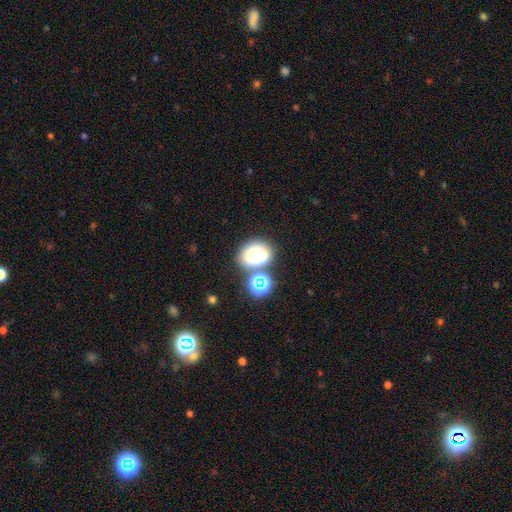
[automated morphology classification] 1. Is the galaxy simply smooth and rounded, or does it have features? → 75% smooth, 15% star or artifact, 10% featured or disk.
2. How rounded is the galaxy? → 53% in between, 46% round, 1% cigar-shaped.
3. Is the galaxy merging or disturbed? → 63% none, 18% merger, 14% minor disturbance, 5% major disturbance.